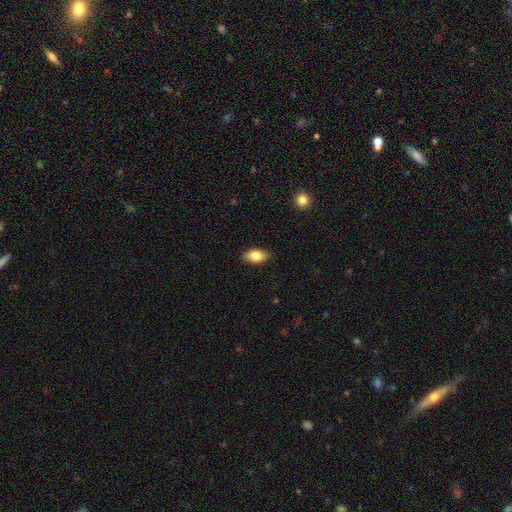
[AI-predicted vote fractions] Smooth or featured?
  - smooth: 81% *
  - featured or disk: 12%
  - star or artifact: 7%
How rounded?
  - in between: 90% *
  - round: 6%
  - cigar-shaped: 4%
Merging?
  - none: 87% *
  - minor disturbance: 10%
  - major disturbance: 2%
  - merger: 1%